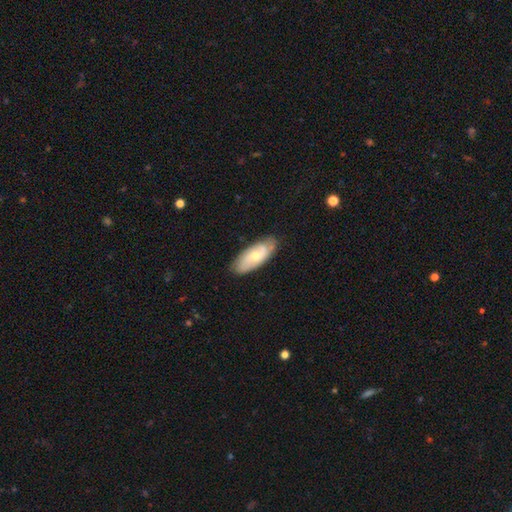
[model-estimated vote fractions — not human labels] This is possibly a smooth galaxy (48%). Merging: likely none (77%).